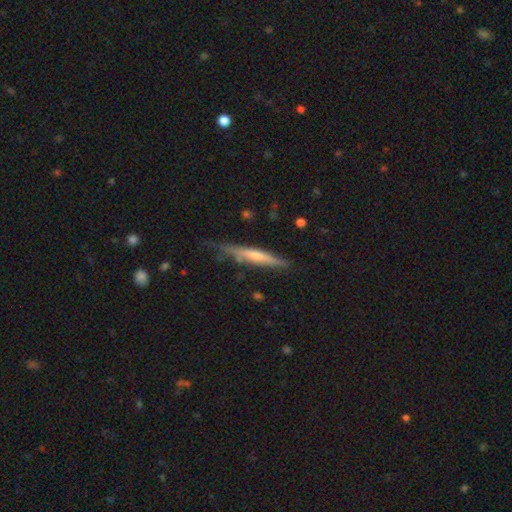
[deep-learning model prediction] This is possibly a featured or disk galaxy (54%). It is clearly viewed edge-on (93%). Edge-on bulge: possibly rounded (50%). Merging: likely none (66%).